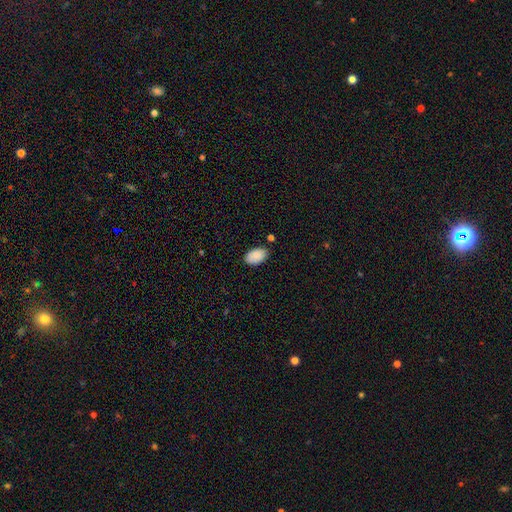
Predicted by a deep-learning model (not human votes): Smooth or featured? Predicted: smooth (p=0.90). How rounded? Predicted: in between (p=0.94). Merging? Predicted: none (p=0.81).